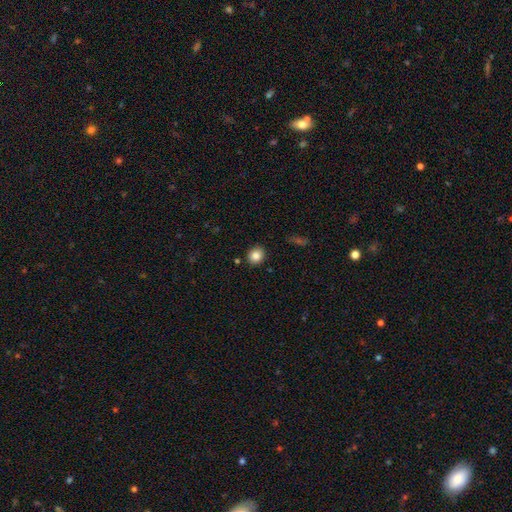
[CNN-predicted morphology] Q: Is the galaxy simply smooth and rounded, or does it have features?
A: smooth — 85%.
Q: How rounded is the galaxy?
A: round — 84%.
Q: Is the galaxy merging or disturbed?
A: none — 89%.